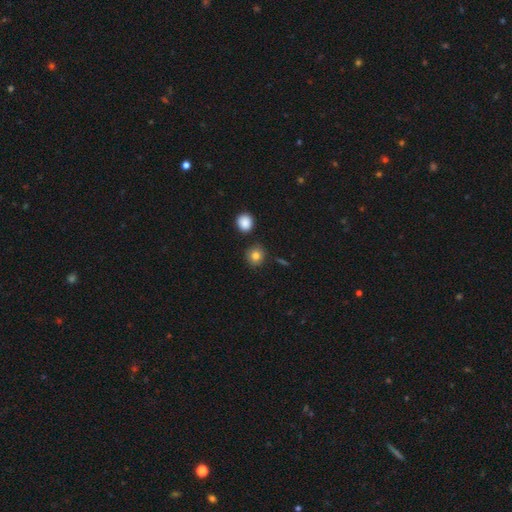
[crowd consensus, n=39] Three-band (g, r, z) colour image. It shows a smooth galaxy with no disk features (69%) that is round (93%). Merging: none (83%).